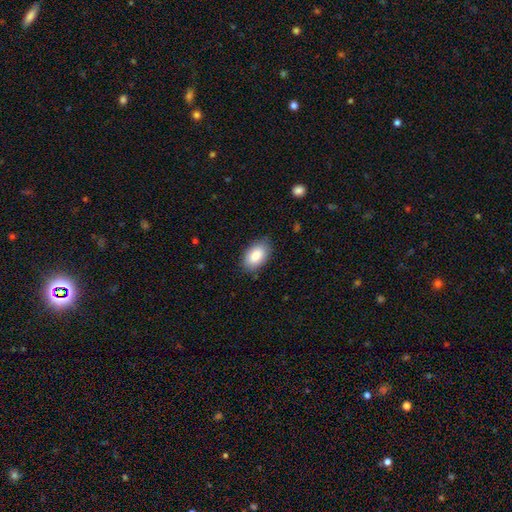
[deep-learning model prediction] Smooth or featured? smooth (85%)
How rounded? in between (93%)
Merging? none (81%)